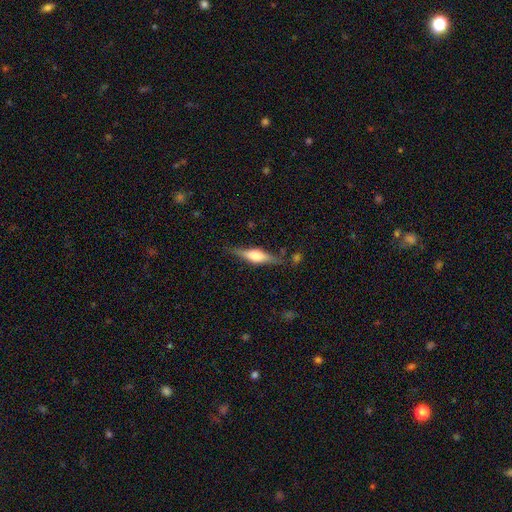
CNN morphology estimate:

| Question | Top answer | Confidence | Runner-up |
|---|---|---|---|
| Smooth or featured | featured or disk | 66% | smooth (28%) |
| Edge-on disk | yes | 96% | no (4%) |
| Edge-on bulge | rounded | 79% | boxy (18%) |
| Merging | none | 81% | minor disturbance (13%) |